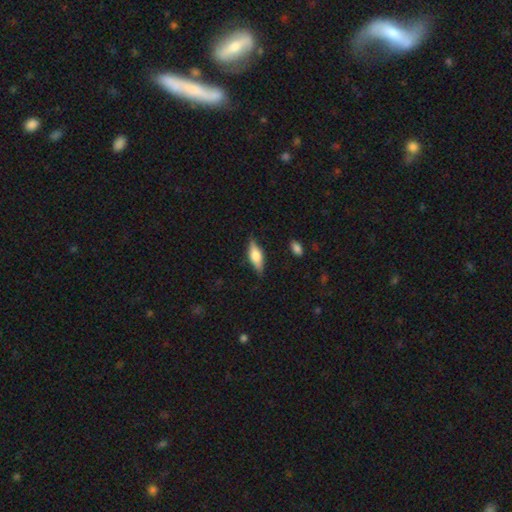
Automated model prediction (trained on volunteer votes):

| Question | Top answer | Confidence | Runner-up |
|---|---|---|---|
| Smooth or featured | smooth | 49% | featured or disk (44%) |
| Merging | none | 81% | minor disturbance (14%) |